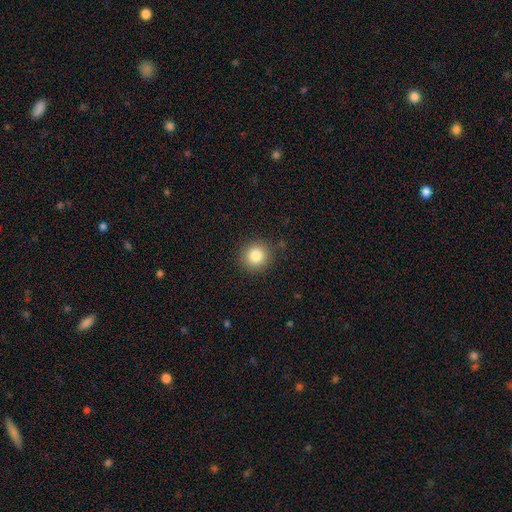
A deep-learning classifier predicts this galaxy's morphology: Smooth or featured? Predicted: smooth (p=0.84). How rounded? Predicted: round (p=0.93). Merging? Predicted: none (p=0.88).